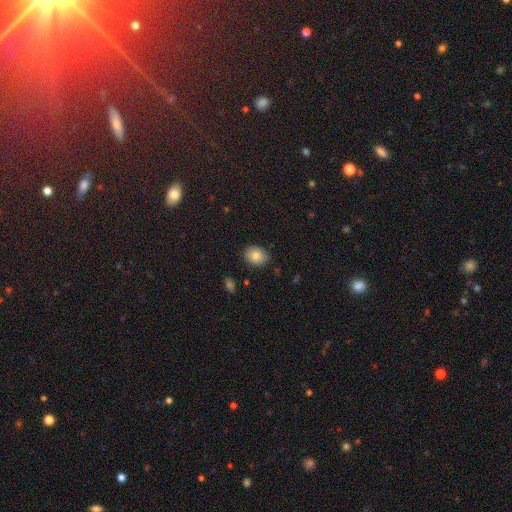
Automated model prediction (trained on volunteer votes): Overall: smooth (82%). How rounded: in between (51%; round 48%). Merging: none (85%).